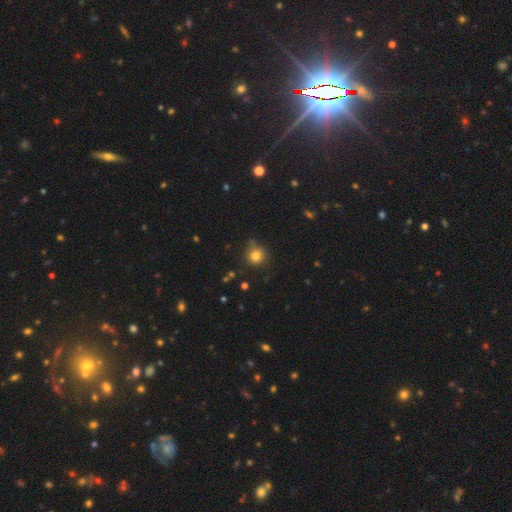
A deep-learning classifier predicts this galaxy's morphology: The model was most divided on "merging": none: 79%, minor disturbance: 14%, merger: 4%, major disturbance: 3%. More confident: how rounded — round (91%); smooth or featured — smooth (80%).